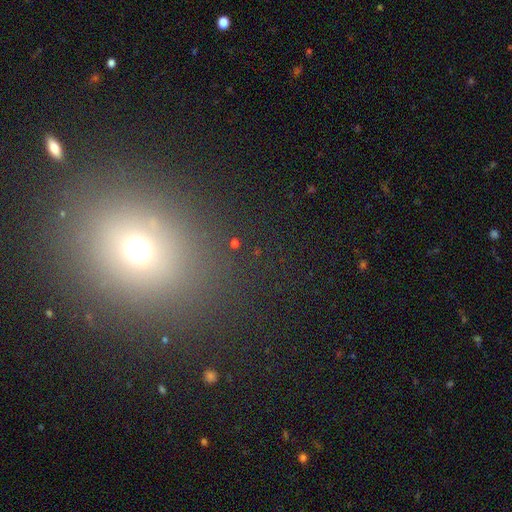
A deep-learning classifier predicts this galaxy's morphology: smooth_or_featured: smooth (p=0.57) [alt: star or artifact p=0.32]
how_rounded: round (p=0.70) [alt: in between p=0.28]
merging: none (p=0.86) [alt: minor disturbance p=0.08]